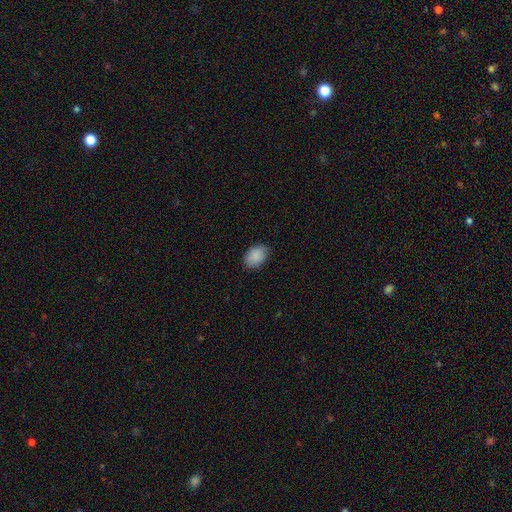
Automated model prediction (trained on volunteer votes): Overall: smooth (89%). How rounded: in between (83%). Merging: none (78%).